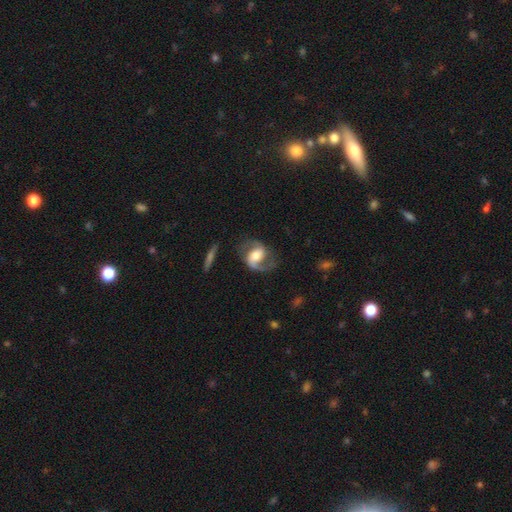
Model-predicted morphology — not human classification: This appears to be a featured or disk galaxy (84%) with a weak bar (42%), 2 (86%) medium (52%) spiral arms (95%) and a moderate central bulge (62%). Merging: none (71%).